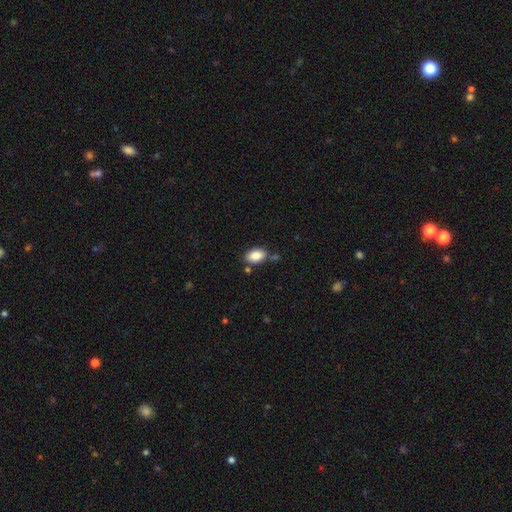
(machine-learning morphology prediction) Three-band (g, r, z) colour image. It shows a smooth galaxy with no disk features (86%) that is in between round and cigar-shaped (90%). Merging: none (75%).